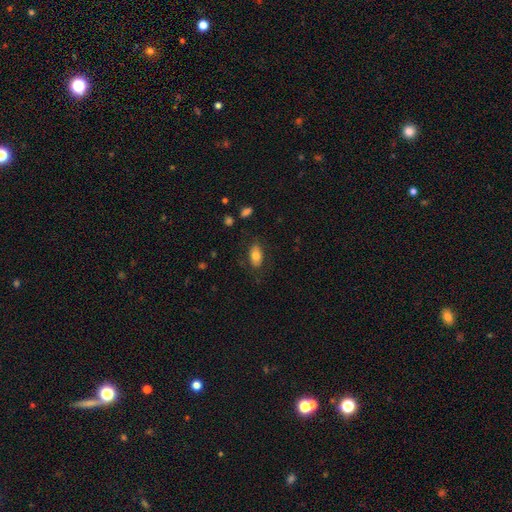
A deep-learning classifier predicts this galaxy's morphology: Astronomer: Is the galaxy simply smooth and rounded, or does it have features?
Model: smooth — 79%.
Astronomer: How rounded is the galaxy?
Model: in between — 91%.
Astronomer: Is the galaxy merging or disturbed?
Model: none — 80%.